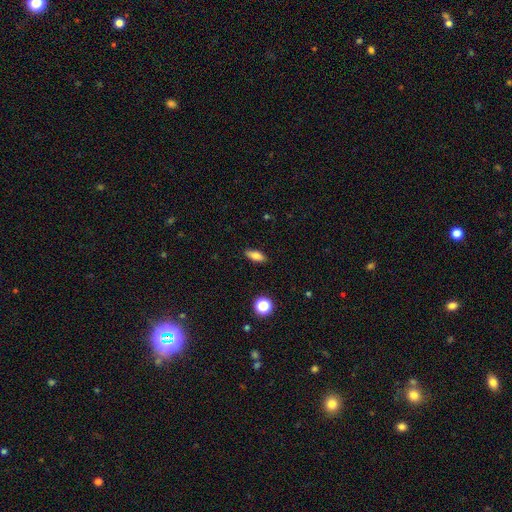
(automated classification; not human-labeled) Smooth or featured? Predicted: smooth (p=0.78). How rounded? Predicted: in between (p=0.74). Merging? Predicted: none (p=0.88).